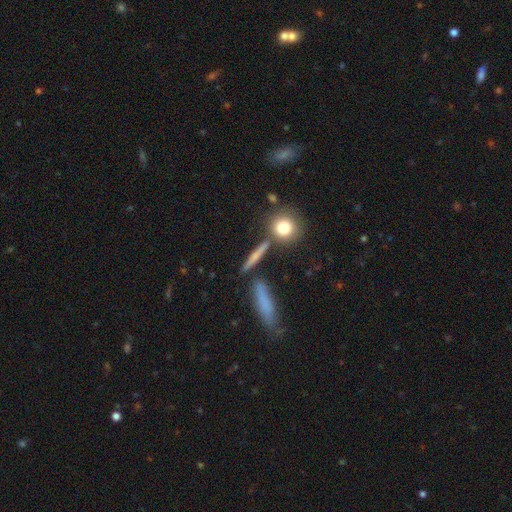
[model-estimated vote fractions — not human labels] Smooth or featured? smooth (63%)
How rounded? cigar-shaped (65%)
Merging? none (78%)